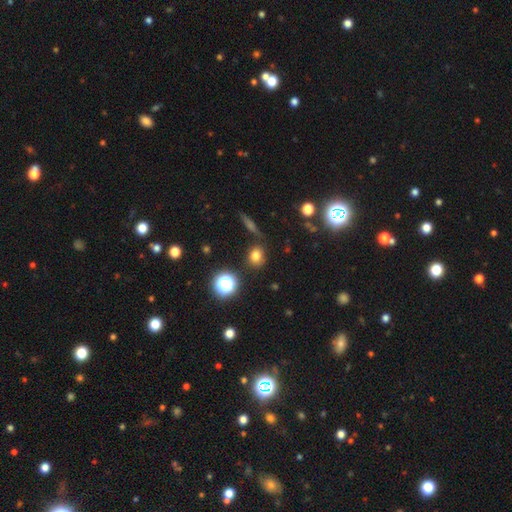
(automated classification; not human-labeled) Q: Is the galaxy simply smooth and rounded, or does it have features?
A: smooth — 76%.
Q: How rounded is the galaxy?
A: round — 65%.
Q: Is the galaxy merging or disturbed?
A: none — 81%.